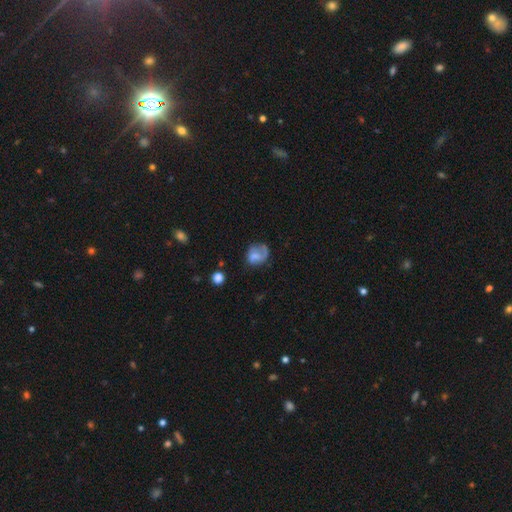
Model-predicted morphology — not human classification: Smooth or featured? smooth (55%)
How rounded? round (61%)
Merging? none (46%)